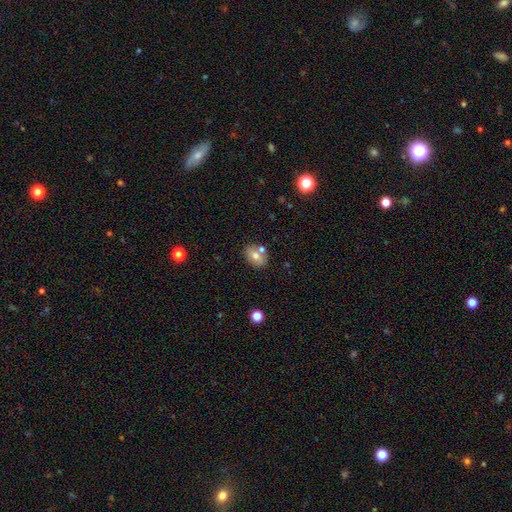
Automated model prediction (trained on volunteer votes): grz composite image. It shows a smooth galaxy with no disk features (69%) that is in between round and cigar-shaped (73%). Merging: none (66%).